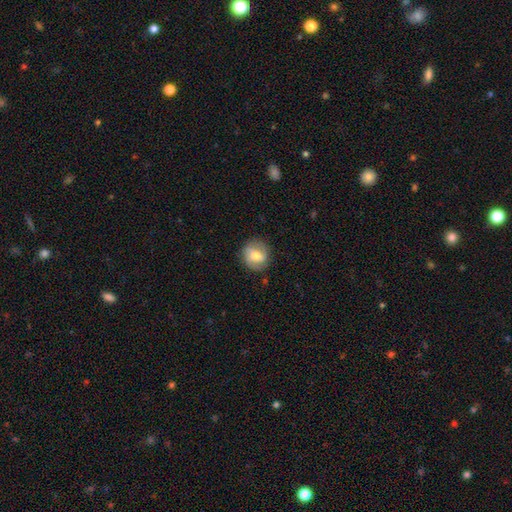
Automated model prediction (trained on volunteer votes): This is possibly a smooth galaxy (54%). How rounded: clearly round (85%). Merging: clearly none (82%).